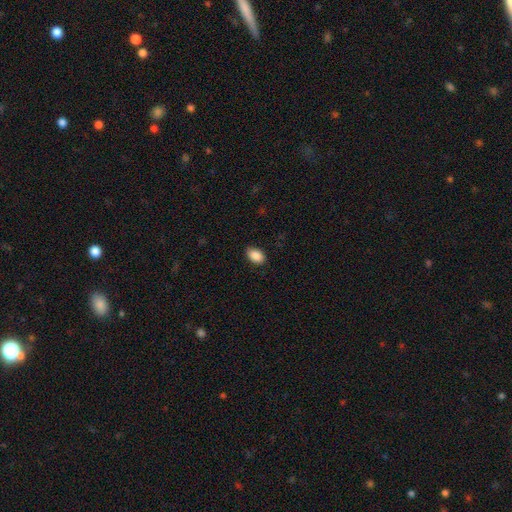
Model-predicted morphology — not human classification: Q: Smooth or featured?
A: smooth (90%); runner-up: star or artifact (7%)
Q: How rounded?
A: in between (88%); runner-up: round (11%)
Q: Merging?
A: none (87%); runner-up: minor disturbance (10%)